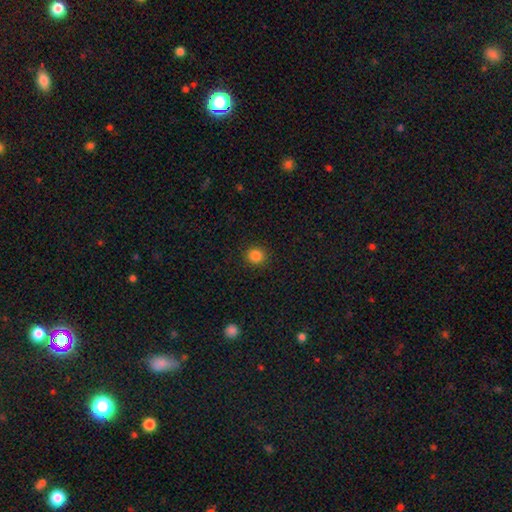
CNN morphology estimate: type=smooth (85%); roundness=round (90%); merging=none (92%).